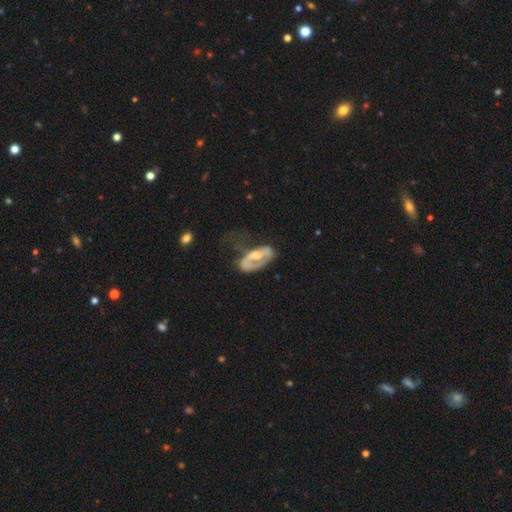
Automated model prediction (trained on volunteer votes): This is possibly a featured or disk galaxy (59%). It is clearly not viewed edge-on (90%). Bar: likely no (63%). Spiral arm pattern: possibly no (55%). Central bulge: likely moderate (64%). Merging: marginally major disturbance (44%).